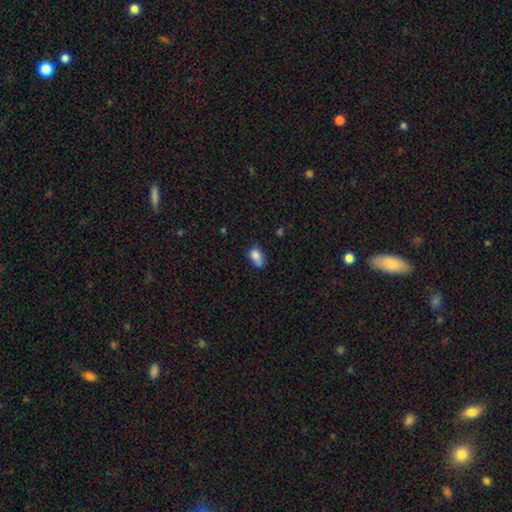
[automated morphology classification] This appears to be a smooth galaxy with no disk features (79%) that is in between round and cigar-shaped (80%). Merging: none (40%).